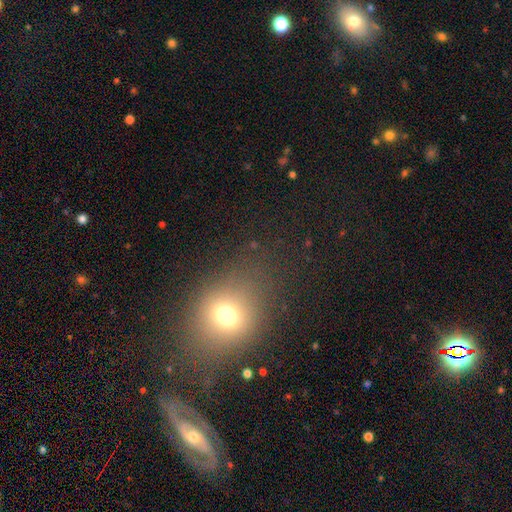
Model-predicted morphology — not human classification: smooth_or_featured: smooth (p=0.57) [alt: star or artifact p=0.29]
how_rounded: round (p=0.55) [alt: in between p=0.42]
merging: none (p=0.74) [alt: minor disturbance p=0.12]